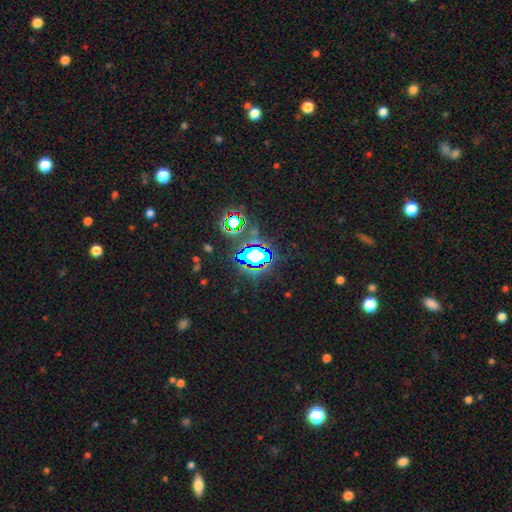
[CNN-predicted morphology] smooth_or_featured: star or artifact (p=0.72) [alt: smooth p=0.16]